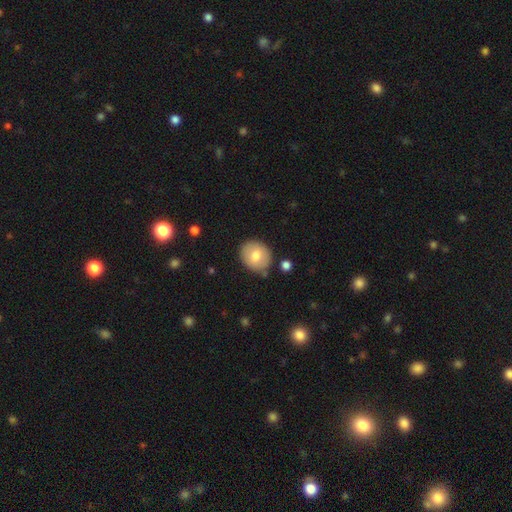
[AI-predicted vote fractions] Smooth or featured?
  - smooth: 74% *
  - featured or disk: 19%
  - star or artifact: 8%
How rounded?
  - round: 71% *
  - in between: 28%
  - cigar-shaped: 1%
Merging?
  - none: 82% *
  - minor disturbance: 11%
  - merger: 3%
  - major disturbance: 3%